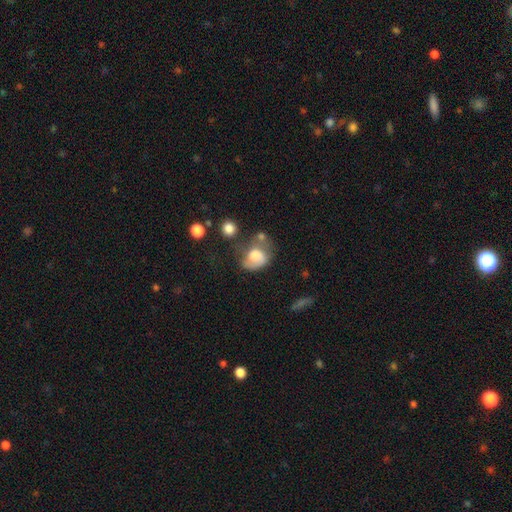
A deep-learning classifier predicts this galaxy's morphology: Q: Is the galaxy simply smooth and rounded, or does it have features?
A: smooth — 63%.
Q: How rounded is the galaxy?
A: in between — 53%.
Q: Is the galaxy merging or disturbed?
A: major disturbance — 30%.